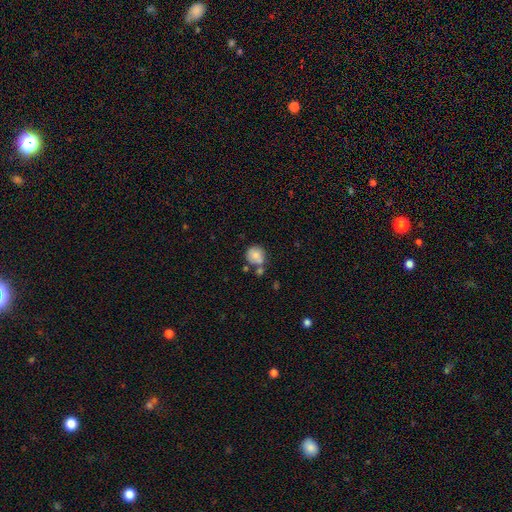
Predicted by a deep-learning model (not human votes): Overall: smooth (79%). How rounded: round (84%). Merging: none (55%; merger 21%).